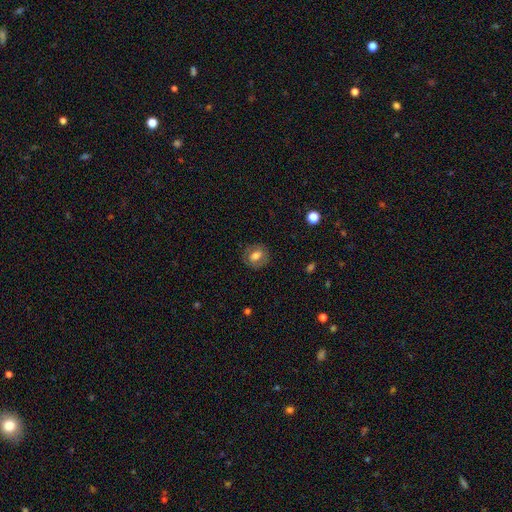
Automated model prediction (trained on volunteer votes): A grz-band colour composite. It shows a smooth galaxy with no disk features (62%) that is round (62%). Merging: none (81%).